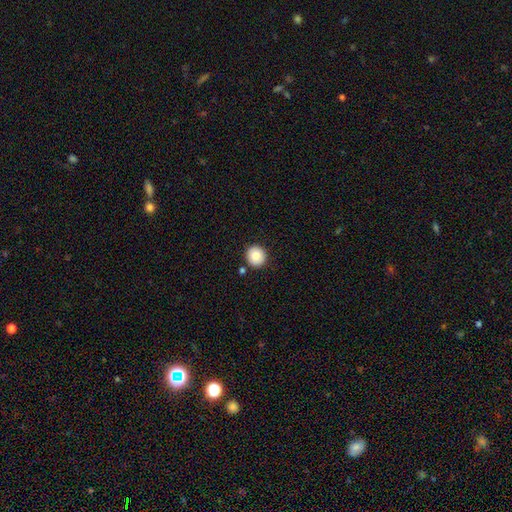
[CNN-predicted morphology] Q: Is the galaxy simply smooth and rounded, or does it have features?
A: smooth — 82%.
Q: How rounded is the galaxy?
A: round — 92%.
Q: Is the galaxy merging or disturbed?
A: none — 88%.